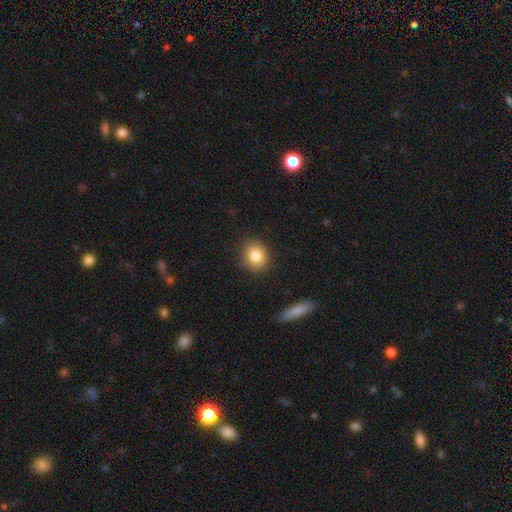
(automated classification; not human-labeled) Smooth or featured: smooth — 84% (star or artifact — 9%)
How rounded: round — 73% (in between — 26%)
Merging: none — 87% (minor disturbance — 9%)